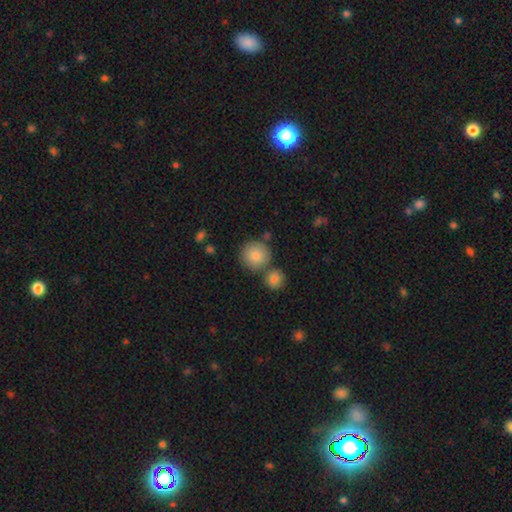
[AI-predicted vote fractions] Smooth or featured?
  - smooth: 84% *
  - star or artifact: 8%
  - featured or disk: 8%
How rounded?
  - round: 94% *
  - in between: 6%
  - cigar-shaped: 1%
Merging?
  - none: 66% *
  - merger: 23%
  - minor disturbance: 8%
  - major disturbance: 3%